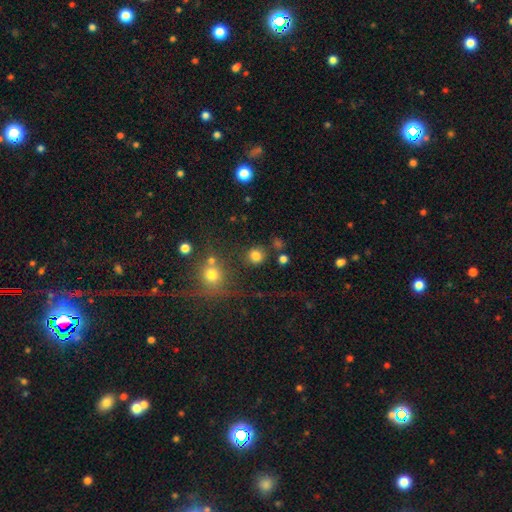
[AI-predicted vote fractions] The model was most divided on "smooth or featured": smooth: 80%, star or artifact: 15%, featured or disk: 6%. More confident: how rounded — round (91%); merging — none (82%).